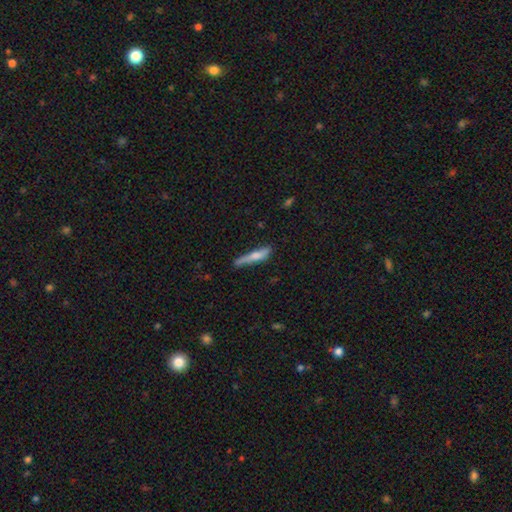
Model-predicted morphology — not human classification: Overall: smooth (64%; featured or disk 30%). How rounded: cigar-shaped (88%). Merging: none (58%; minor disturbance 29%).